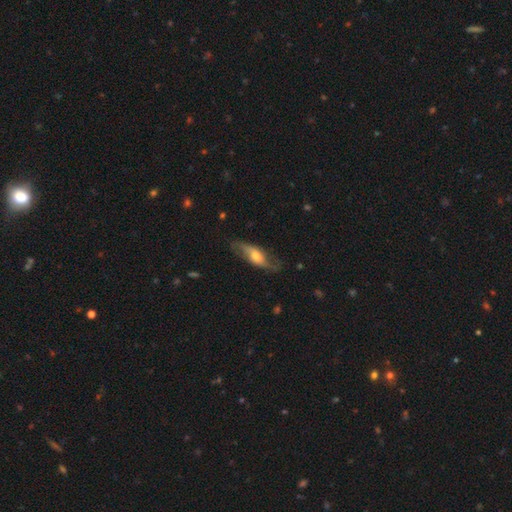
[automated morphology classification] Overall: featured or disk (56%; smooth 38%). Edge-on disk: no (72%). Merging: none (68%).